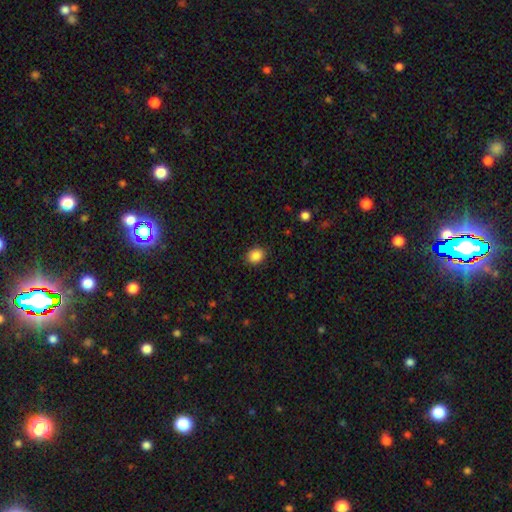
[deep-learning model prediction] smooth-or-featured: smooth: 86% | star or artifact: 10% | featured or disk: 4%
  how-rounded: round: 57% | in between: 42% | cigar-shaped: 1%
  merging: none: 89% | minor disturbance: 8% | major disturbance: 2% | merger: 1%